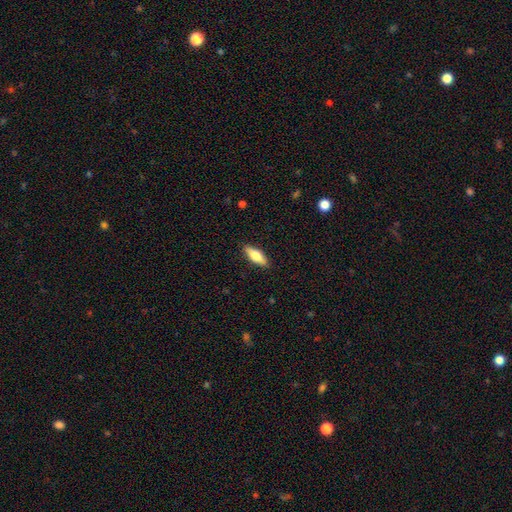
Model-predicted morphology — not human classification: A smooth galaxy with no disk features (71%) that is in between round and cigar-shaped (62%).

Vote fractions:
- Smooth or featured? smooth: 71% / featured or disk: 23% / star or artifact: 6%
- How rounded? in between: 62% / cigar-shaped: 35% / round: 2%
- Merging? none: 89% / minor disturbance: 8% / major disturbance: 2% / merger: 1%